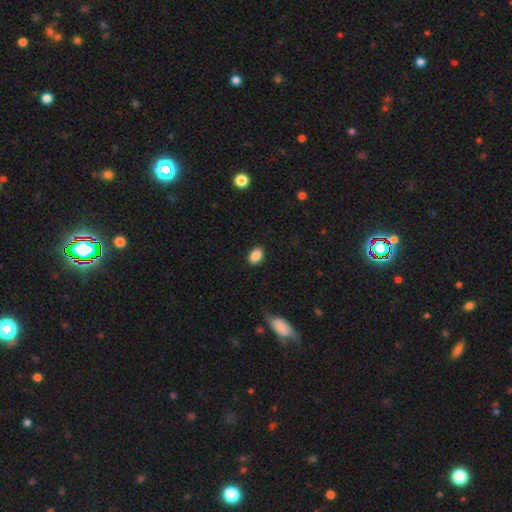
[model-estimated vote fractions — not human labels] A smooth galaxy with no disk features (88%) that is in between round and cigar-shaped (76%). Merging: none (88%).